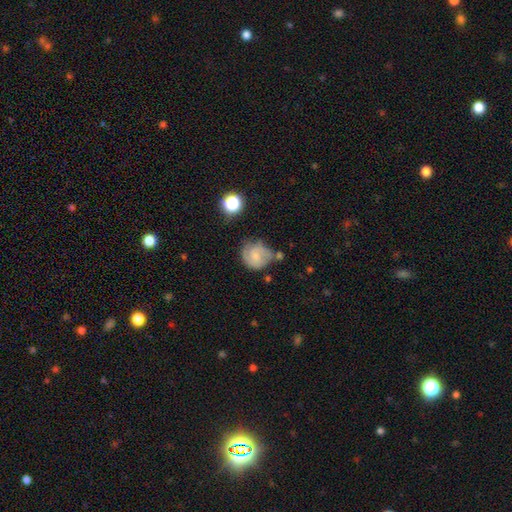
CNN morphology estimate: This appears to be a smooth galaxy with no disk features (49%). Merging: none (47%).